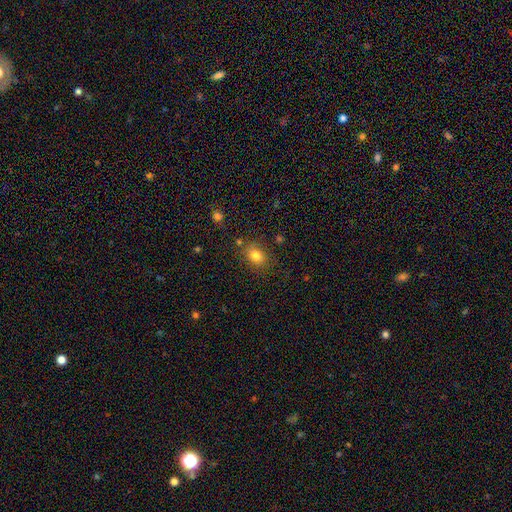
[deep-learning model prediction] Smooth or featured? smooth (81%)
How rounded? in between (61%)
Merging? none (78%)